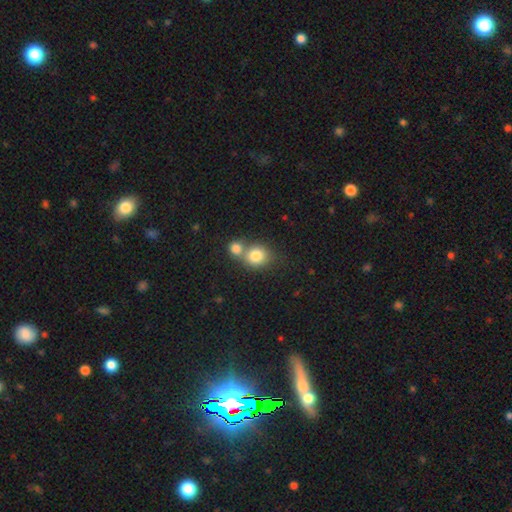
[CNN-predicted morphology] This appears to be a smooth galaxy with no disk features (81%) that is round (78%). Merging: merger (50%).